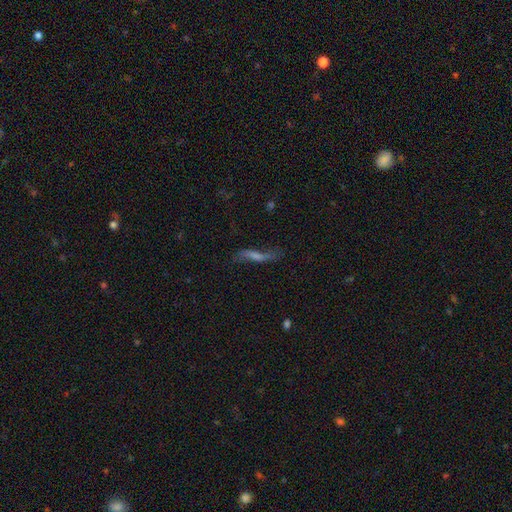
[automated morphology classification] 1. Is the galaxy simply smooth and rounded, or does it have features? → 58% featured or disk, 30% smooth, 12% star or artifact.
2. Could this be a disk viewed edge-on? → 58% no, 42% yes.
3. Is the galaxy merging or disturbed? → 65% none, 20% minor disturbance, 12% major disturbance, 3% merger.